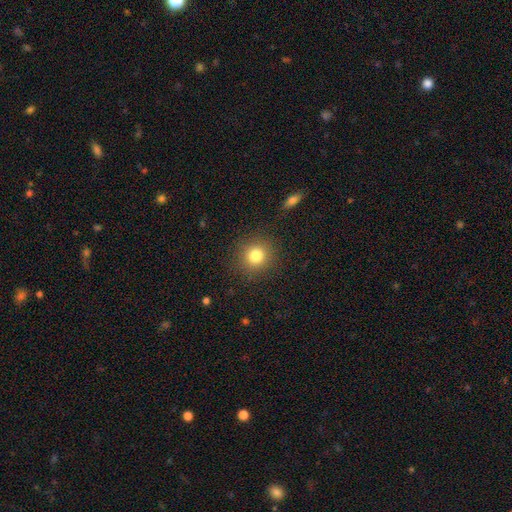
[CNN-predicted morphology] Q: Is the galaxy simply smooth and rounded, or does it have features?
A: smooth — 81%.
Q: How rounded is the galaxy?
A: round — 91%.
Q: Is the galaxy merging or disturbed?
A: none — 89%.